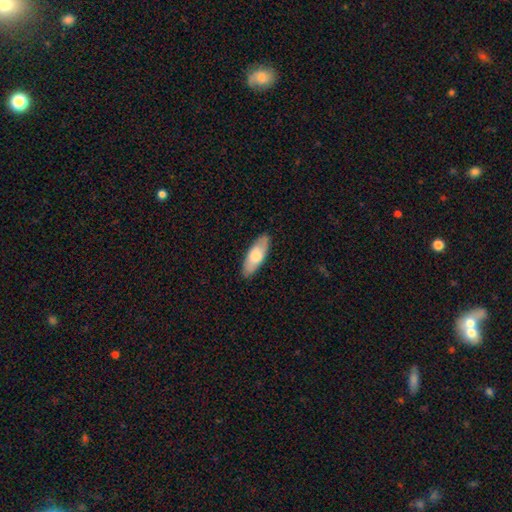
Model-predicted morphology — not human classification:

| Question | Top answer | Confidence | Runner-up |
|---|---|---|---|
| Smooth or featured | smooth | 72% | featured or disk (23%) |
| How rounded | in between | 69% | cigar-shaped (29%) |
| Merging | none | 87% | minor disturbance (10%) |